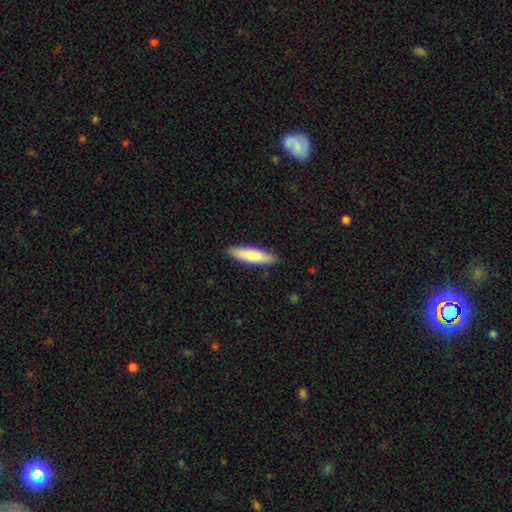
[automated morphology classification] Overall: smooth (78%). How rounded: cigar-shaped (72%). Merging: none (88%).